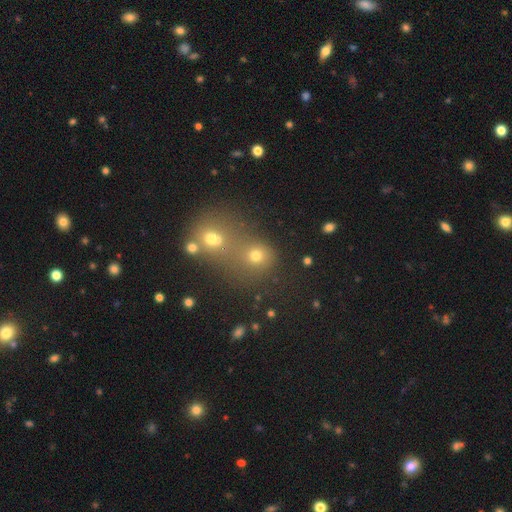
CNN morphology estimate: The model was most divided on "merging": merger: 50%, none: 37%, minor disturbance: 7%, major disturbance: 5%. More confident: how rounded — round (77%); smooth or featured — smooth (66%).